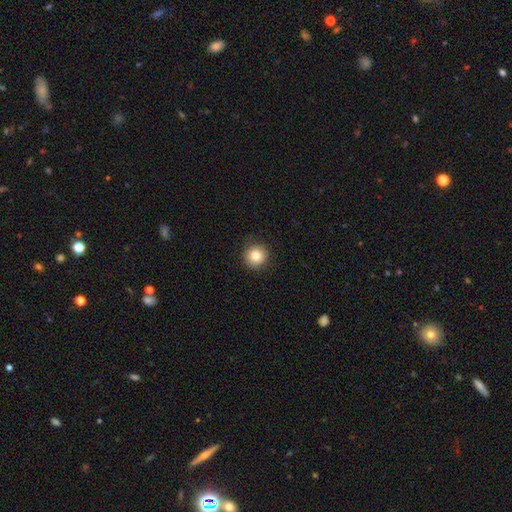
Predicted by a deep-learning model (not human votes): Smooth or featured: smooth — 83% (star or artifact — 10%)
How rounded: round — 94% (in between — 5%)
Merging: none — 90% (minor disturbance — 7%)